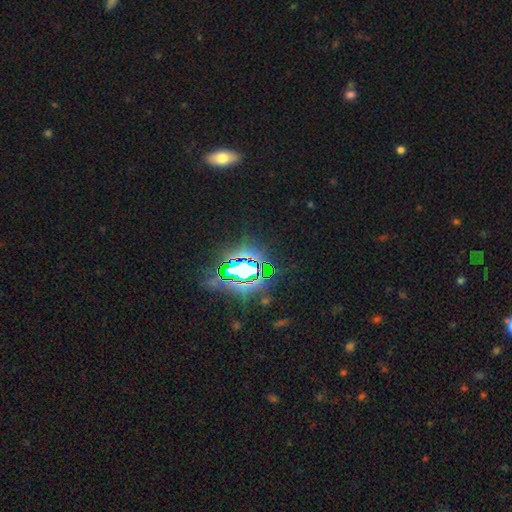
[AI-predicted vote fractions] star or artifact 78%, smooth 14%, featured or disk 9%.